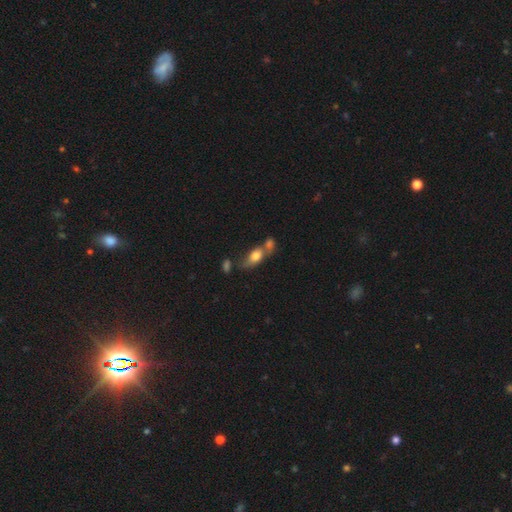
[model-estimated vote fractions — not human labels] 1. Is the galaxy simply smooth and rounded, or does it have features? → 73% smooth, 18% featured or disk, 9% star or artifact.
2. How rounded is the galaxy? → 78% in between, 13% round, 9% cigar-shaped.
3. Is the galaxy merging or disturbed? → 52% merger, 29% none, 11% minor disturbance, 8% major disturbance.